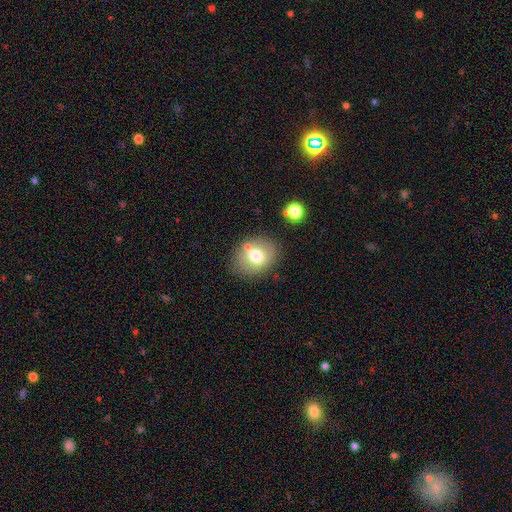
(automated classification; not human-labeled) A smooth galaxy with no disk features (70%) that is in between round and cigar-shaped (52%).

Vote fractions:
- Smooth or featured? smooth: 70% / featured or disk: 20% / star or artifact: 10%
- How rounded? in between: 52% / round: 47% / cigar-shaped: 1%
- Merging? none: 73% / minor disturbance: 14% / merger: 8% / major disturbance: 4%